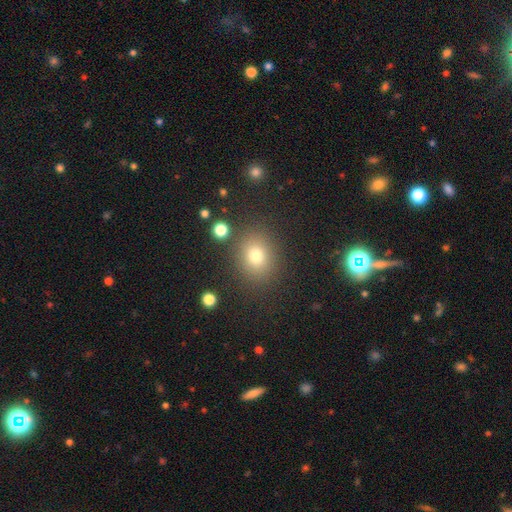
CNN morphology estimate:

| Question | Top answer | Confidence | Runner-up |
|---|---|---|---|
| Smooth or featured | smooth | 75% | star or artifact (16%) |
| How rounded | round | 68% | in between (31%) |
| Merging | none | 84% | minor disturbance (9%) |